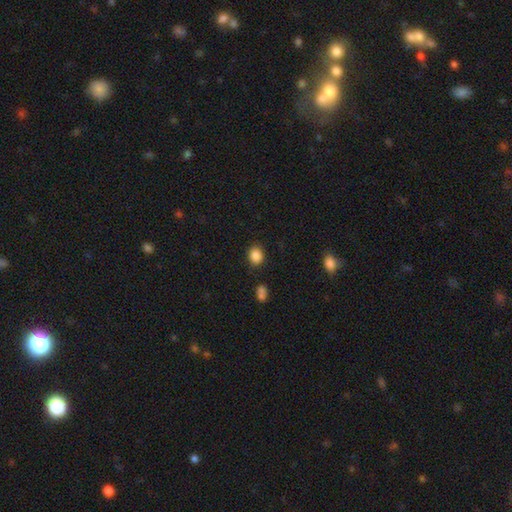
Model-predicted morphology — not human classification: This is clearly a smooth galaxy (87%). How rounded: possibly round (54%). Merging: clearly none (83%).